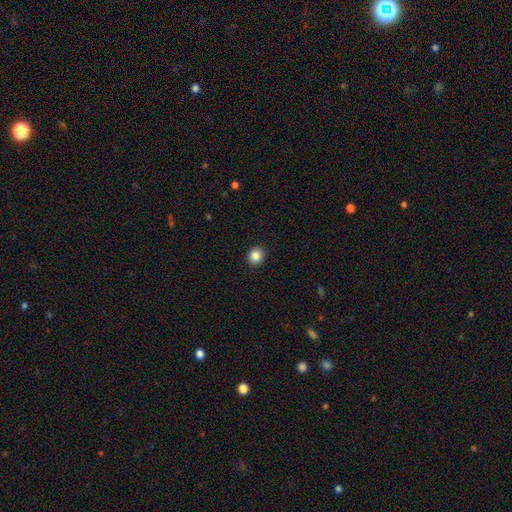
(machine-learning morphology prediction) smooth 86%, star or artifact 10%, featured or disk 4%. Down the decision tree: how rounded — round (76%); merging — none (92%).